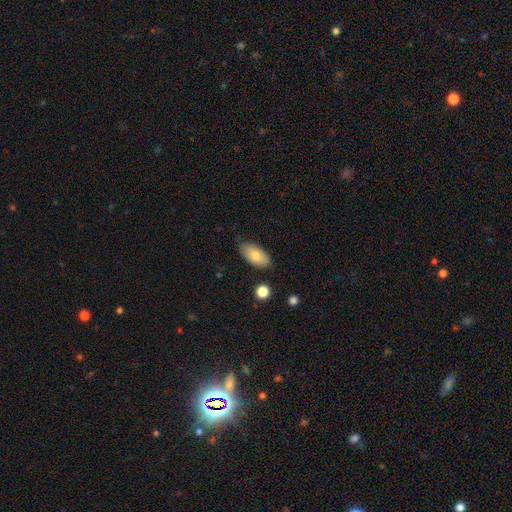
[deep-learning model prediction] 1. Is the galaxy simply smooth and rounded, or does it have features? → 79% smooth, 14% featured or disk, 7% star or artifact.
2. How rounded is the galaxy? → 93% in between, 4% cigar-shaped, 3% round.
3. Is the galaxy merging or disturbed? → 77% none, 18% minor disturbance, 3% major disturbance, 2% merger.